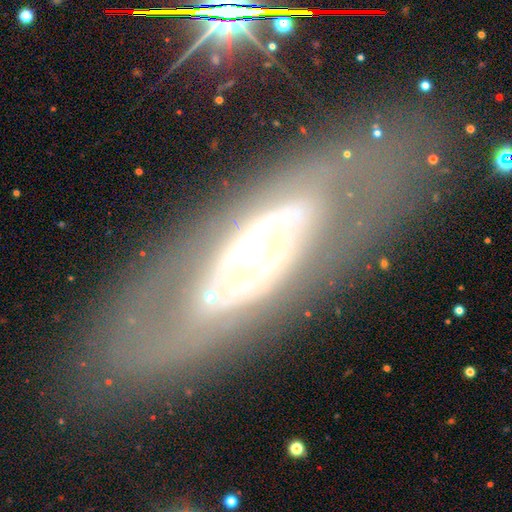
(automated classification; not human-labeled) Smooth or featured?
  - featured or disk: 78% *
  - smooth: 16%
  - star or artifact: 7%
Edge-on disk?
  - no: 75% *
  - yes: 25%
Bar?
  - no: 74% *
  - weak: 16%
  - strong: 10%
Spiral arms?
  - no: 60% *
  - yes: 40%
Bulge size?
  - moderate: 64% *
  - large: 20%
  - small: 11%
  - dominant: 3%
  - none: 2%
Merging?
  - none: 65% *
  - minor disturbance: 17%
  - major disturbance: 15%
  - merger: 3%